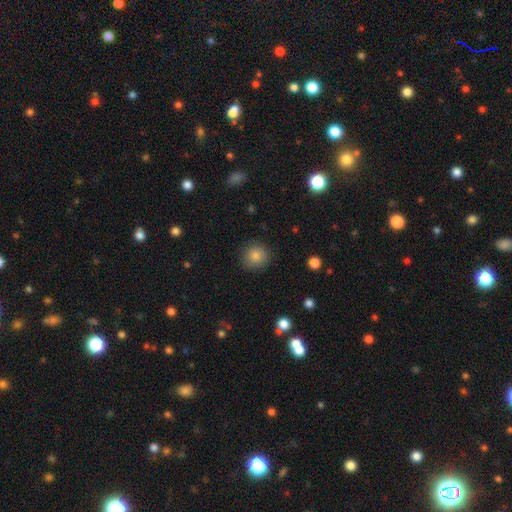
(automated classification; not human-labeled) Q: Smooth or featured?
A: smooth (84%); runner-up: star or artifact (10%)
Q: How rounded?
A: round (91%); runner-up: in between (8%)
Q: Merging?
A: none (86%); runner-up: minor disturbance (10%)